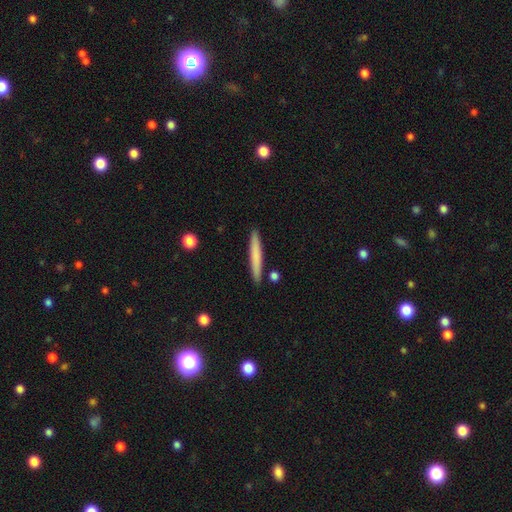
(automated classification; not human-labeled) This appears to be a smooth galaxy with no disk features (71%) that is cigar-shaped (96%). Merging: none (89%).